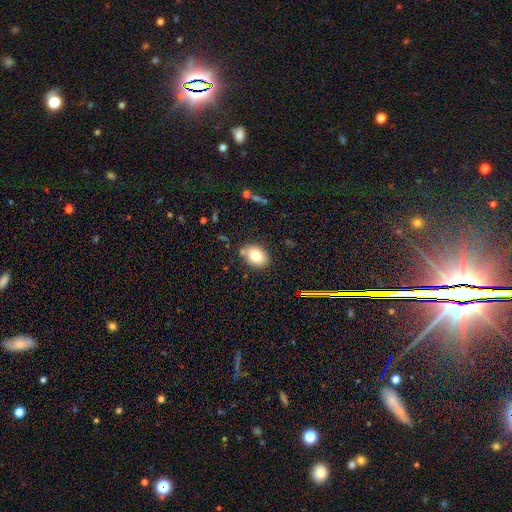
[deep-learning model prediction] smooth_or_featured: smooth (p=0.77) [alt: featured or disk p=0.13]
how_rounded: in between (p=0.72) [alt: round p=0.27]
merging: none (p=0.81) [alt: minor disturbance p=0.12]